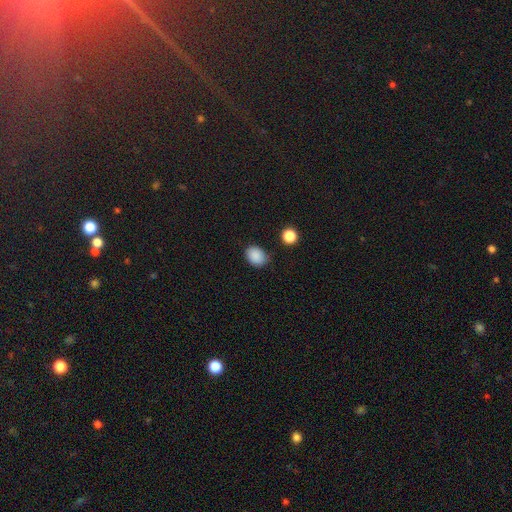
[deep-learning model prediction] A smooth galaxy with no disk features (88%) that is in between round and cigar-shaped (64%). Merging: none (80%).